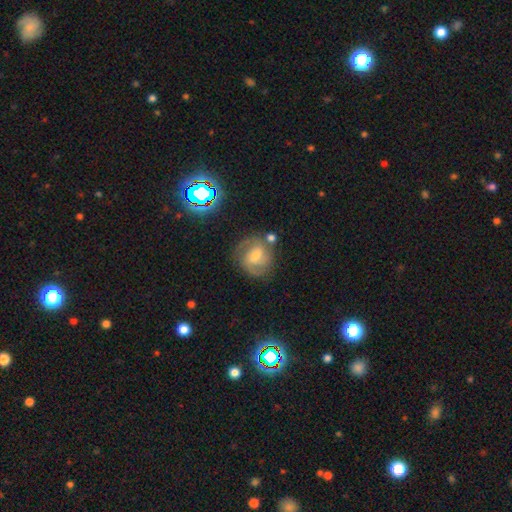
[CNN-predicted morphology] This appears to be a featured or disk galaxy (72%) with a weak bar (51%), 2 (60%) tight (47%) spiral arms (94%) and a moderate central bulge (56%). Merging: none (72%).